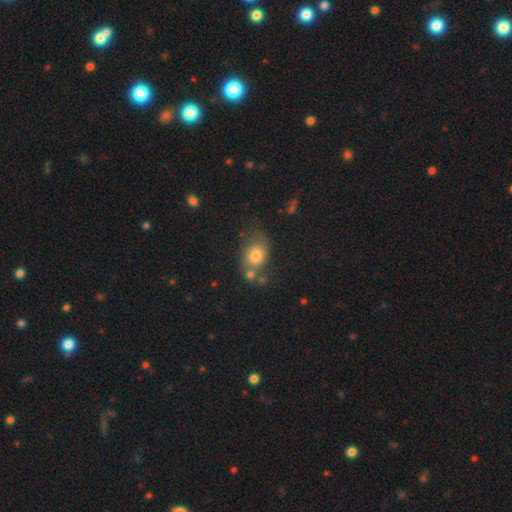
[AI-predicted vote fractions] A smooth galaxy with no disk features (72%) that is in between round and cigar-shaped (55%).

Vote fractions:
- Smooth or featured? smooth: 72% / featured or disk: 18% / star or artifact: 11%
- How rounded? in between: 55% / round: 44% / cigar-shaped: 1%
- Merging? none: 53% / minor disturbance: 22% / merger: 15% / major disturbance: 10%